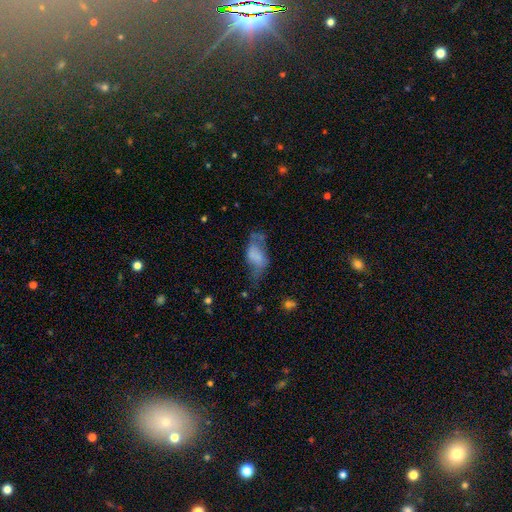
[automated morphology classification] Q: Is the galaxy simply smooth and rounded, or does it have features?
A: smooth — 52%.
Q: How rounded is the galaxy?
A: in between — 90%.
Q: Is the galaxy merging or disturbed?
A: major disturbance — 35%.